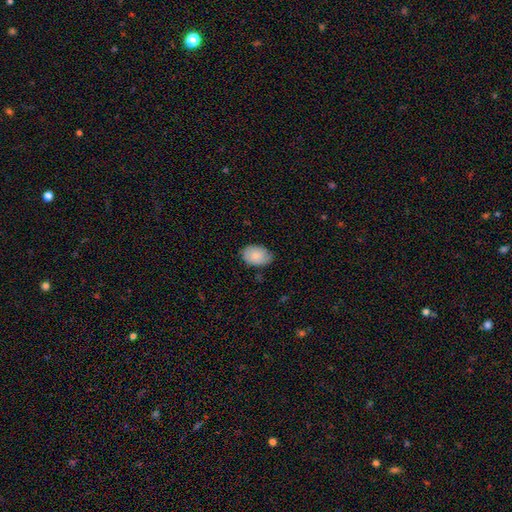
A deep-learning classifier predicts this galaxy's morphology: type=smooth (83%); roundness=in between (85%); merging=none (74%).